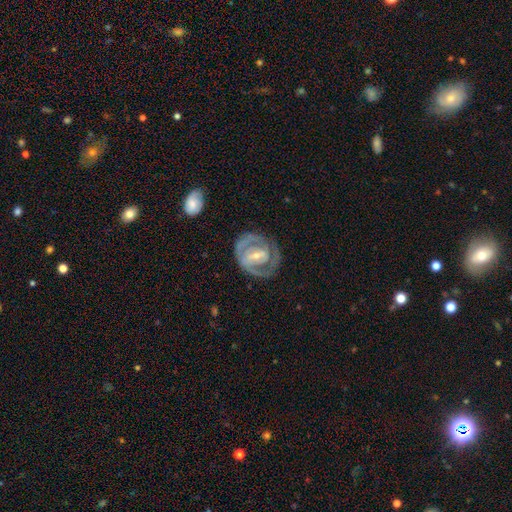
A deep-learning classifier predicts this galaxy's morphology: This is clearly a featured or disk galaxy (82%). It is clearly not viewed edge-on (96%). Bar: marginally strong (42%). Spiral arm pattern: clearly yes (80%). Spiral arm count: likely 2 (66%). Spiral winding: possibly tight (59%). Central bulge: possibly small (60%). Merging: likely none (72%).